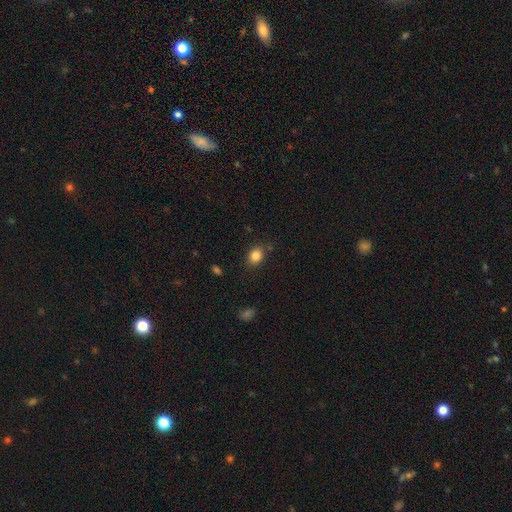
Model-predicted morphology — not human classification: This appears to be a smooth galaxy with no disk features (84%) that is round (51%). Merging: none (81%).